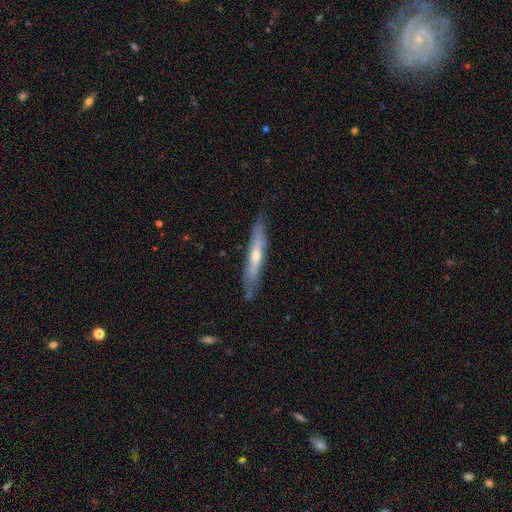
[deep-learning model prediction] Overall: featured or disk (60%; smooth 34%). Edge-on disk: yes (84%). Merging: none (79%).